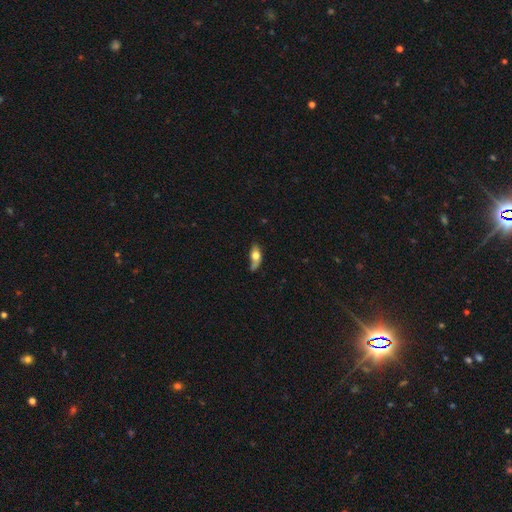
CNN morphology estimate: A smooth galaxy with no disk features (63%) that is in between round and cigar-shaped (77%). Merging: none (49%).